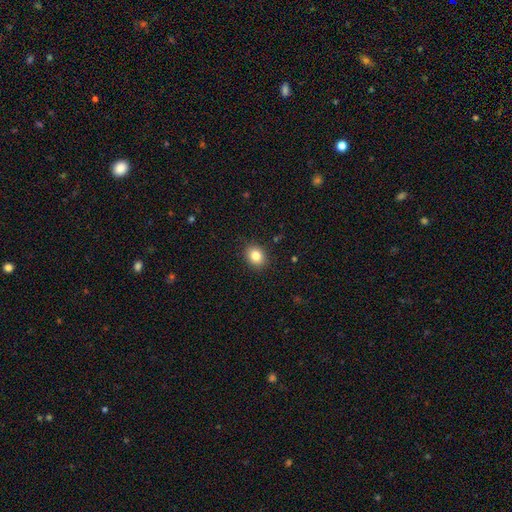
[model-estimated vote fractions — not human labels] smooth-or-featured: smooth: 83% | star or artifact: 10% | featured or disk: 7%
  how-rounded: round: 56% | in between: 44% | cigar-shaped: 1%
  merging: none: 89% | minor disturbance: 8% | major disturbance: 2% | merger: 1%